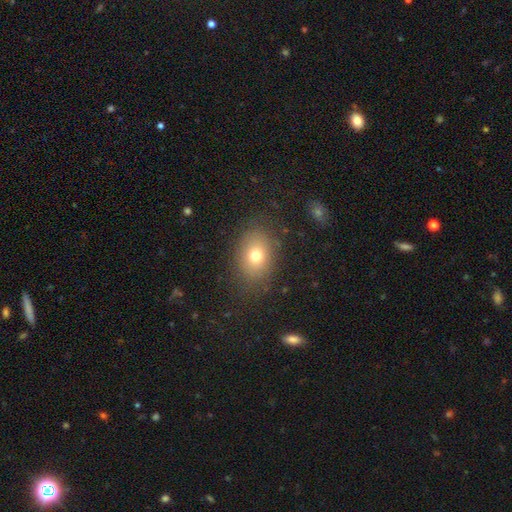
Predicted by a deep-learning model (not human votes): This is likely a smooth galaxy (74%). How rounded: likely in between (69%). Merging: clearly none (82%).